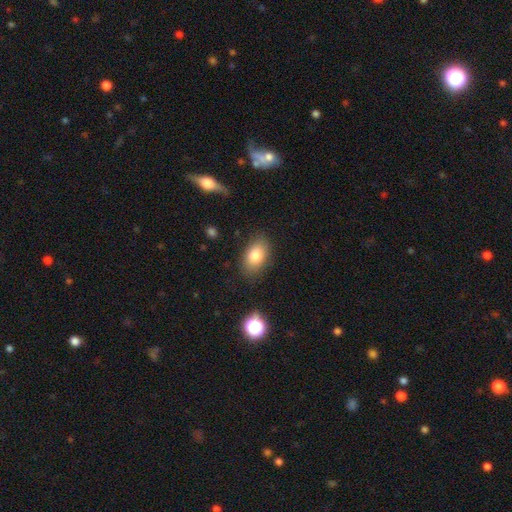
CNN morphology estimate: This is clearly a smooth galaxy (81%). How rounded: clearly in between (88%). Merging: clearly none (83%).